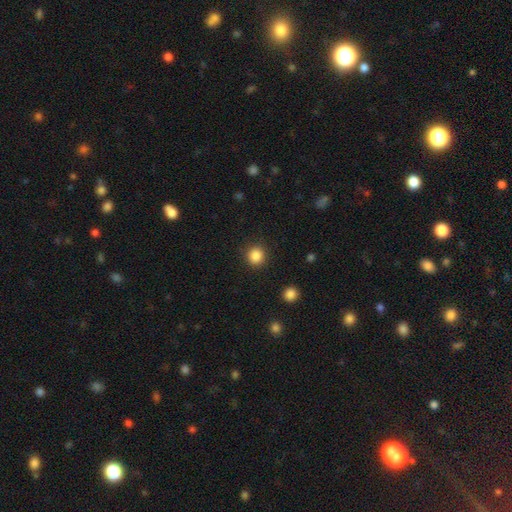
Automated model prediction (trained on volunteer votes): This is clearly a smooth galaxy (86%). How rounded: clearly round (92%). Merging: clearly none (91%).